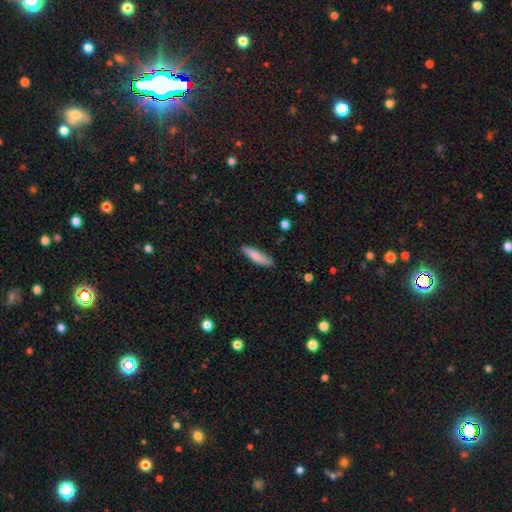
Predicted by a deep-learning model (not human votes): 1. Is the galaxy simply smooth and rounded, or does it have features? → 79% smooth, 15% featured or disk, 6% star or artifact.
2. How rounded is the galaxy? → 71% cigar-shaped, 27% in between, 2% round.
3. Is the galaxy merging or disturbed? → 78% none, 18% minor disturbance, 3% major disturbance, 2% merger.